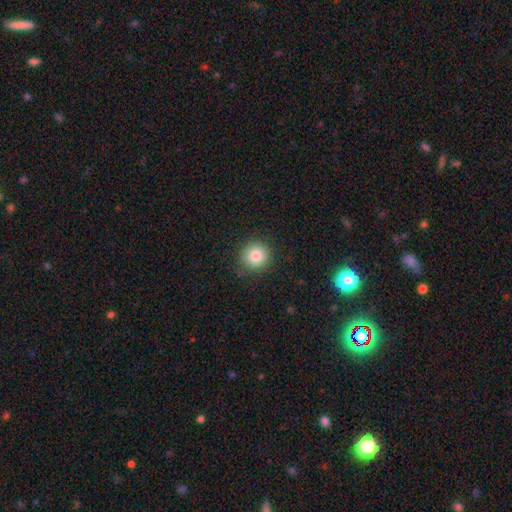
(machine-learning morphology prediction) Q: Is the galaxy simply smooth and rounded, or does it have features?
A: smooth — 83%.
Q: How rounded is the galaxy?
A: round — 93%.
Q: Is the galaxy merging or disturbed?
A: none — 87%.